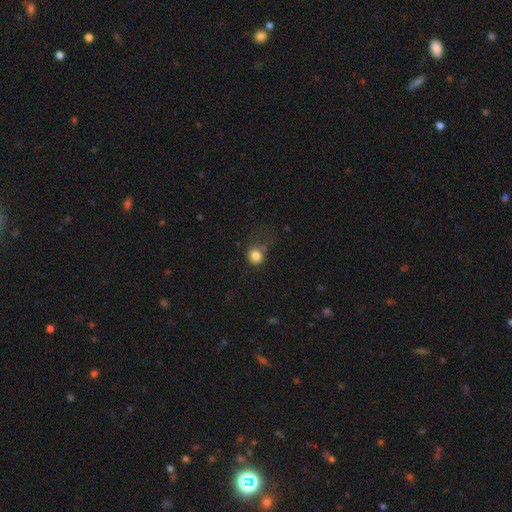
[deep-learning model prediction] The model was most divided on "merging": none: 56%, minor disturbance: 22%, major disturbance: 14%, merger: 7%. More confident: how rounded — round (82%); smooth or featured — smooth (82%).